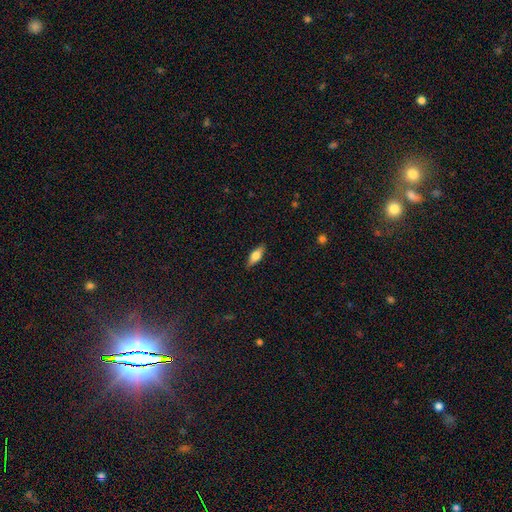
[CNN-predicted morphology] smooth-or-featured: smooth: 58% | featured or disk: 35% | star or artifact: 7%
  how-rounded: in between: 61% | cigar-shaped: 36% | round: 3%
  merging: none: 88% | minor disturbance: 9% | major disturbance: 2% | merger: 1%